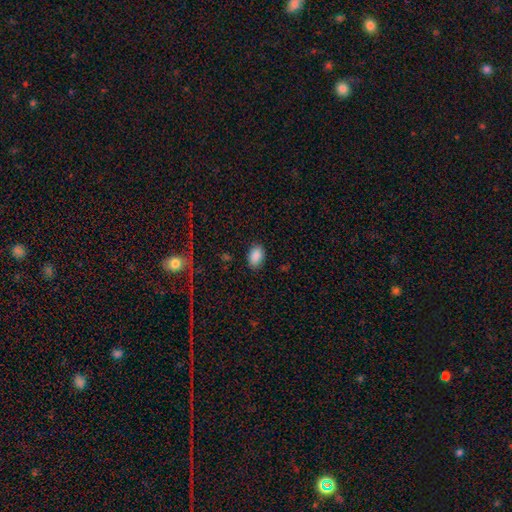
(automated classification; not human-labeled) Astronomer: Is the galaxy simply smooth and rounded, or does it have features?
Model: smooth — 88%.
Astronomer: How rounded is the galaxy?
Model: in between — 88%.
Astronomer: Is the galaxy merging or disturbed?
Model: none — 85%.